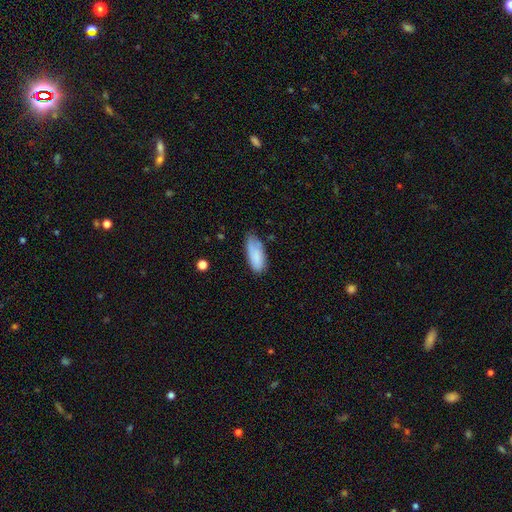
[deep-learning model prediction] Smooth or featured?
  - smooth: 82% *
  - featured or disk: 11%
  - star or artifact: 7%
How rounded?
  - in between: 82% *
  - cigar-shaped: 17%
  - round: 2%
Merging?
  - none: 61% *
  - minor disturbance: 30%
  - major disturbance: 6%
  - merger: 3%